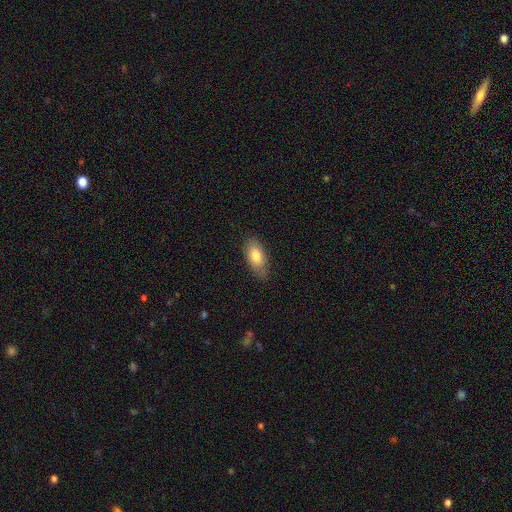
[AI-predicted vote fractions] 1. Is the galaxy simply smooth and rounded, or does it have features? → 81% smooth, 13% featured or disk, 6% star or artifact.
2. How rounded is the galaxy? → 90% in between, 7% cigar-shaped, 3% round.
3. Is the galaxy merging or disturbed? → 77% none, 18% minor disturbance, 4% major disturbance, 1% merger.